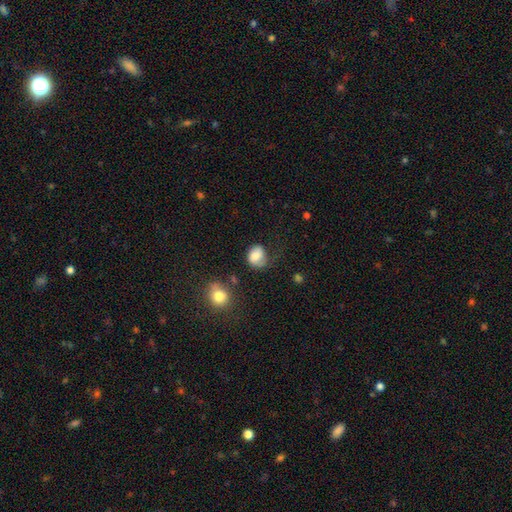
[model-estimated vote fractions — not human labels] This appears to be a smooth galaxy with no disk features (66%) that is round (56%). Merging: none (43%).